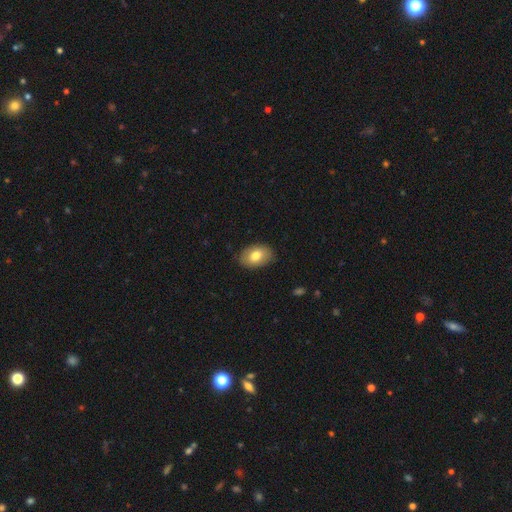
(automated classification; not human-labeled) A smooth galaxy with no disk features (78%) that is in between round and cigar-shaped (86%). Merging: none (85%).